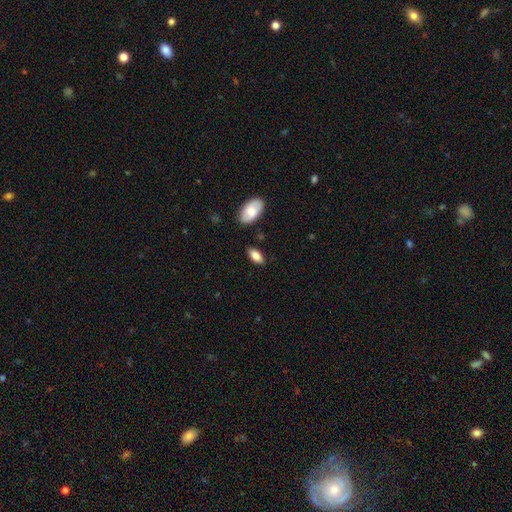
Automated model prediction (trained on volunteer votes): A smooth galaxy with no disk features (83%) that is in between round and cigar-shaped (91%).

Vote fractions:
- Smooth or featured? smooth: 83% / featured or disk: 11% / star or artifact: 7%
- How rounded? in between: 91% / cigar-shaped: 6% / round: 3%
- Merging? none: 84% / minor disturbance: 11% / merger: 3% / major disturbance: 2%